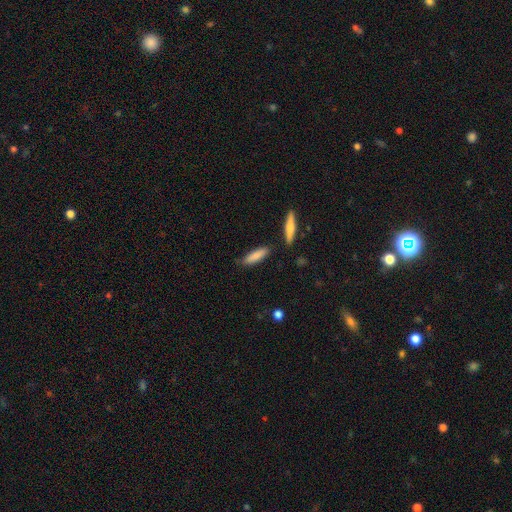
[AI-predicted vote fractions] Morphology: type=smooth (82%); roundness=cigar-shaped (66%); merging=none (80%).